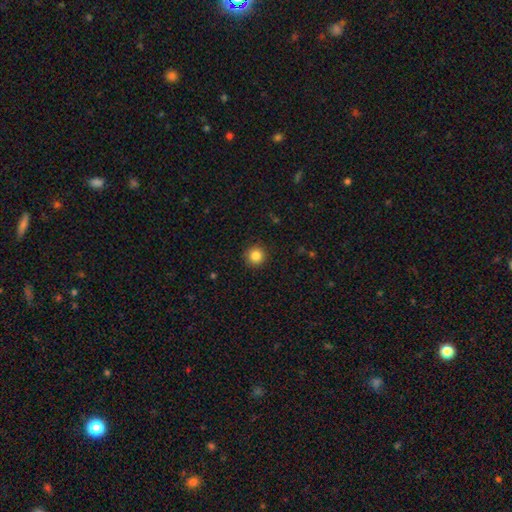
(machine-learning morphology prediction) Overall: smooth (85%). How rounded: round (95%). Merging: none (92%).